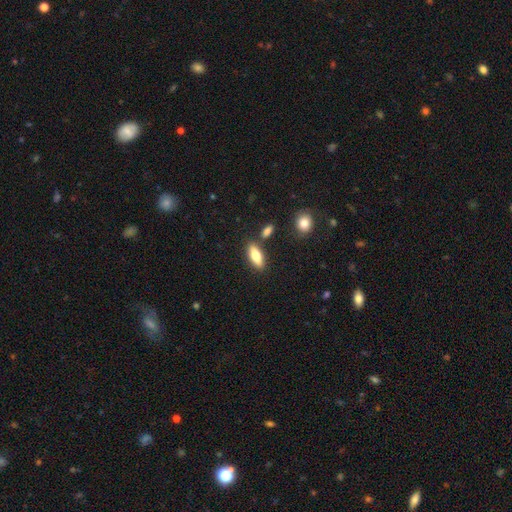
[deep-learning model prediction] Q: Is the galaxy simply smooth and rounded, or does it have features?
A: smooth — 75%.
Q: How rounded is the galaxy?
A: in between — 72%.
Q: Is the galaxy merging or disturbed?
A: none — 81%.